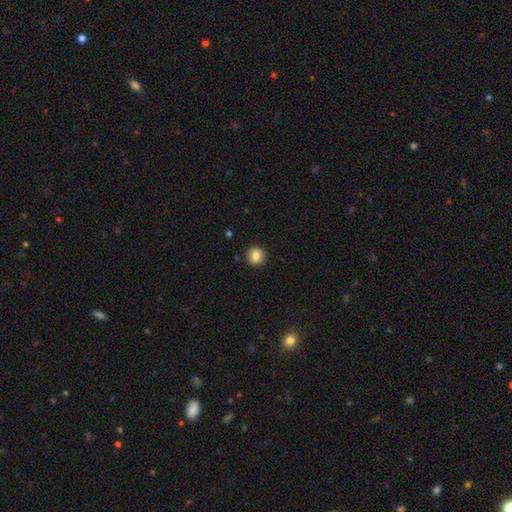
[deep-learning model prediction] smooth 85%, star or artifact 9%, featured or disk 5%. Down the decision tree: how rounded — round (92%); merging — none (91%).